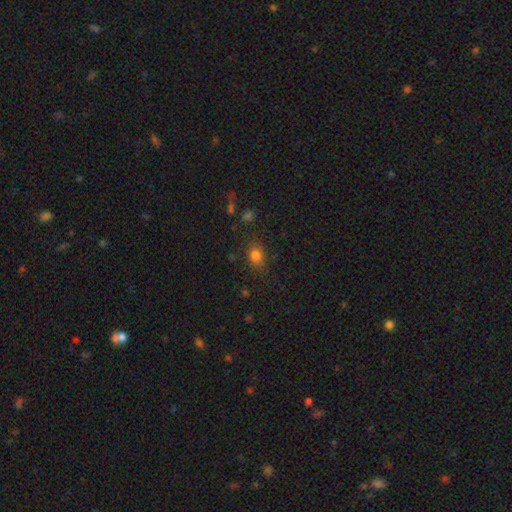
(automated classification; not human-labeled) Smooth or featured?
  - smooth: 80% *
  - star or artifact: 14%
  - featured or disk: 6%
How rounded?
  - in between: 51% *
  - round: 47%
  - cigar-shaped: 2%
Merging?
  - none: 78% *
  - minor disturbance: 14%
  - major disturbance: 5%
  - merger: 2%